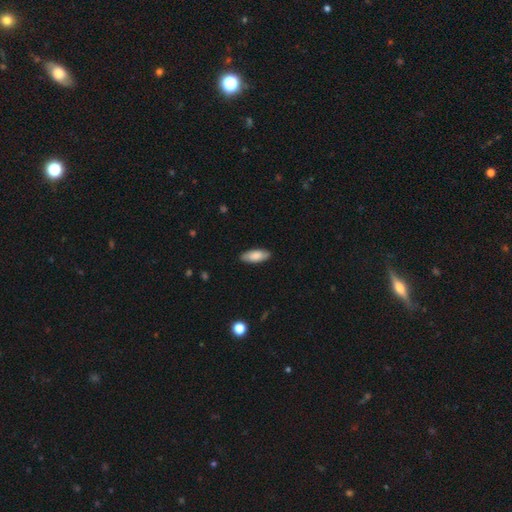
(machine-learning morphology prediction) Smooth or featured: smooth — 82% (featured or disk — 12%)
How rounded: in between — 81% (cigar-shaped — 17%)
Merging: none — 87% (minor disturbance — 10%)